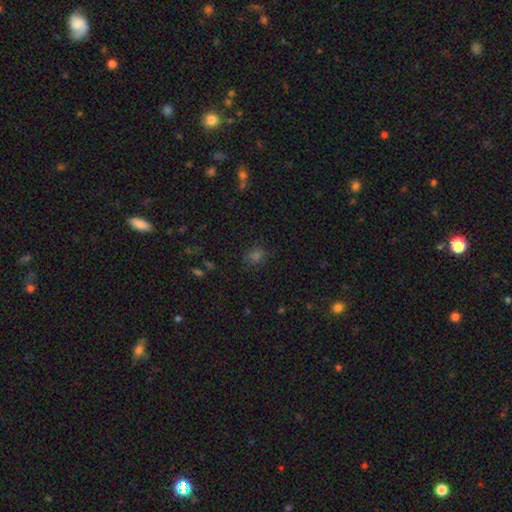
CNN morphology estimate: smooth_or_featured: smooth (p=0.64) [alt: star or artifact p=0.30]
how_rounded: round (p=0.74) [alt: in between p=0.24]
merging: none (p=0.85) [alt: minor disturbance p=0.10]